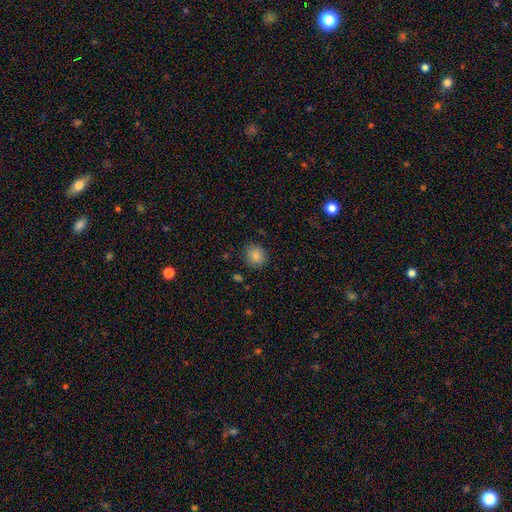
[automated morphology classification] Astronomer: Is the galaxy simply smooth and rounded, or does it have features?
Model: smooth — 85%.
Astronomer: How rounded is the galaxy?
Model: round — 83%.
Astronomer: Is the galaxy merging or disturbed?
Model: none — 87%.